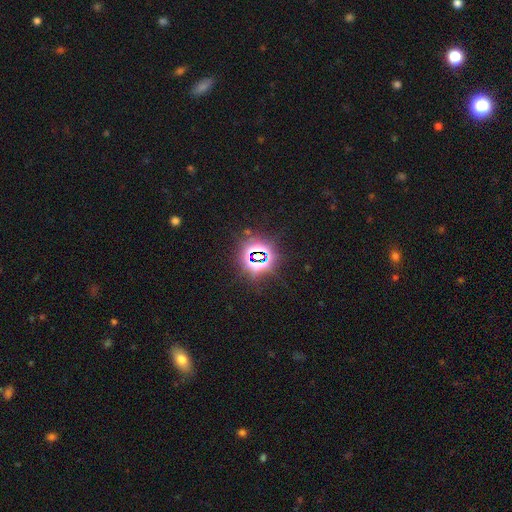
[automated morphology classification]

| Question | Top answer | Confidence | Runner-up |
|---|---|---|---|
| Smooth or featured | star or artifact | 80% | smooth (12%) |